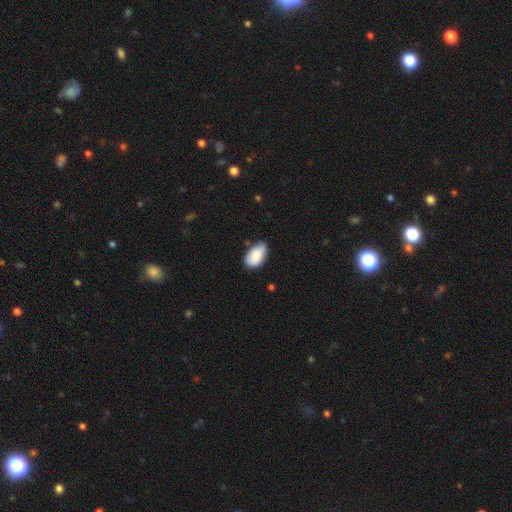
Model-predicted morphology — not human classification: A smooth galaxy with no disk features (85%) that is in between round and cigar-shaped (94%). Merging: none (59%).